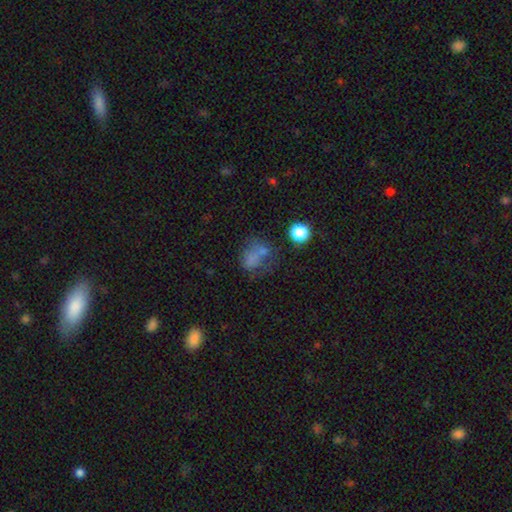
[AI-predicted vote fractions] Smooth or featured?
  - smooth: 65% *
  - star or artifact: 18%
  - featured or disk: 17%
How rounded?
  - in between: 51% *
  - round: 47%
  - cigar-shaped: 1%
Merging?
  - none: 38% *
  - merger: 24%
  - minor disturbance: 20%
  - major disturbance: 19%